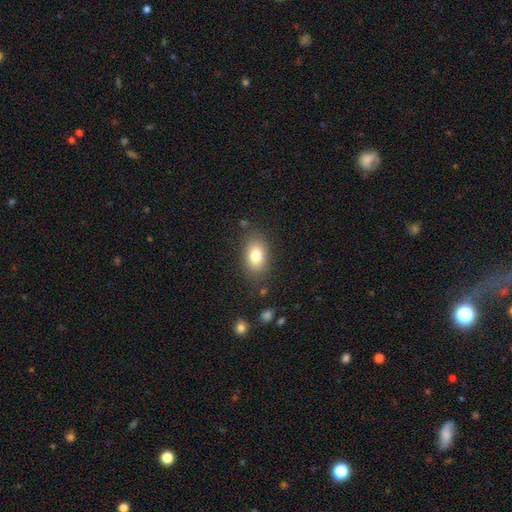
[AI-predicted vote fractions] Smooth or featured? Predicted: smooth (p=0.80). How rounded? Predicted: in between (p=0.86). Merging? Predicted: none (p=0.82).